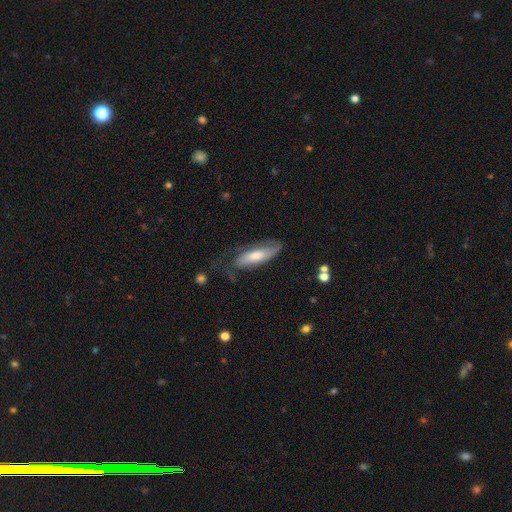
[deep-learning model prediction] Smooth or featured: smooth — 48% (featured or disk — 45%)
Merging: none — 52% (minor disturbance — 26%)